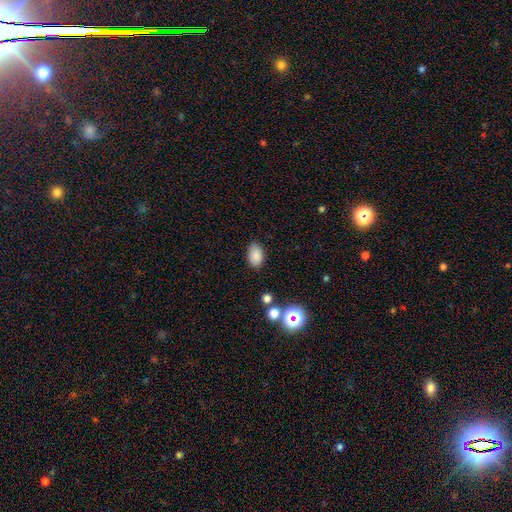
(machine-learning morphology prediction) A smooth galaxy with no disk features (85%) that is in between round and cigar-shaped (91%).

Vote fractions:
- Smooth or featured? smooth: 85% / star or artifact: 10% / featured or disk: 5%
- How rounded? in between: 91% / round: 7% / cigar-shaped: 1%
- Merging? none: 84% / minor disturbance: 11% / major disturbance: 3% / merger: 2%